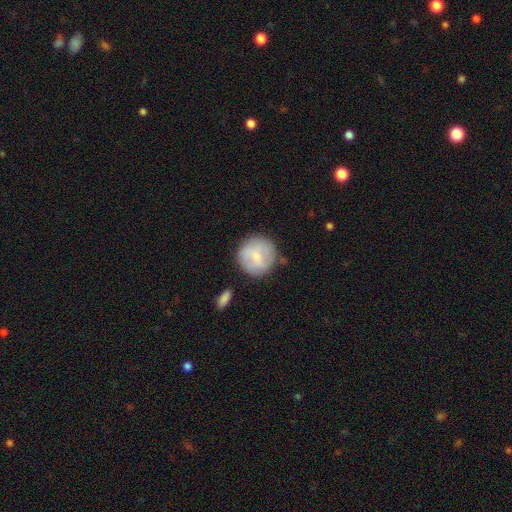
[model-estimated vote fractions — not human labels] A smooth galaxy with no disk features (67%) that is round (94%). Merging: none (78%).